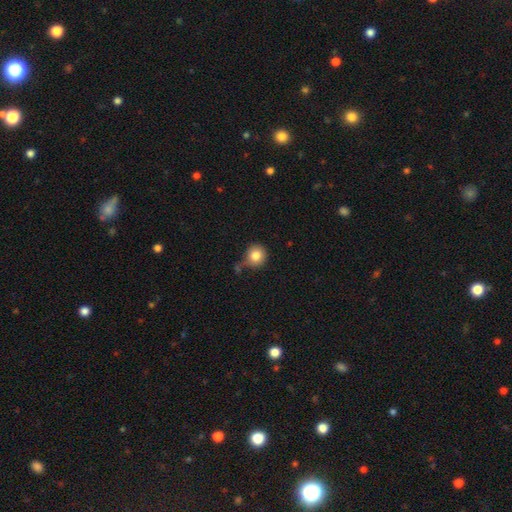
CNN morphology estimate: smooth 82%, star or artifact 10%, featured or disk 8%. Down the decision tree: how rounded — round (91%); merging — none (64%).